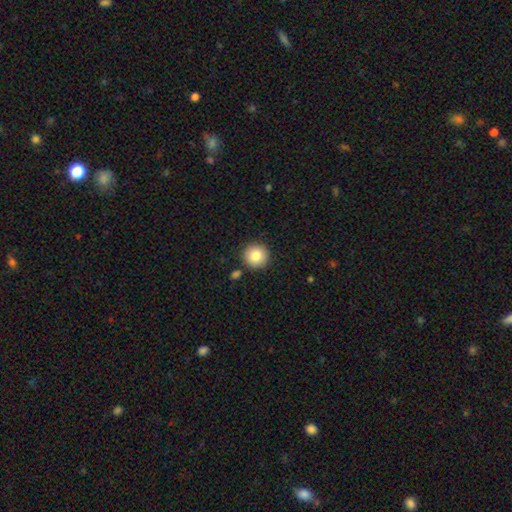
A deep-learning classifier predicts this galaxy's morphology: Smooth or featured: smooth — 83% (star or artifact — 9%)
How rounded: round — 96% (in between — 3%)
Merging: none — 88% (minor disturbance — 6%)